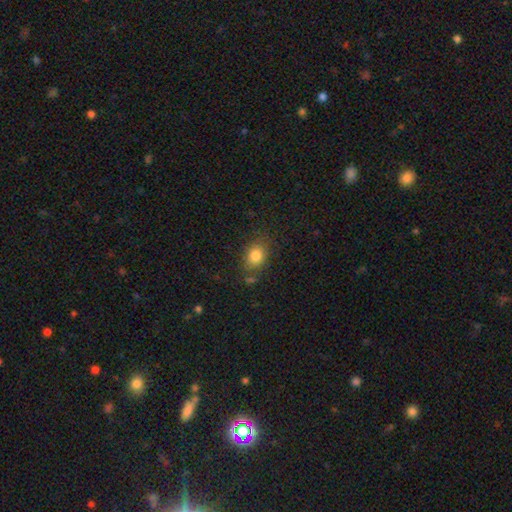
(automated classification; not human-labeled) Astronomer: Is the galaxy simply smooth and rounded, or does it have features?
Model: smooth — 83%.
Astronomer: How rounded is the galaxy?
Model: in between — 65%.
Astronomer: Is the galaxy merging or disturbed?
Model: none — 72%.